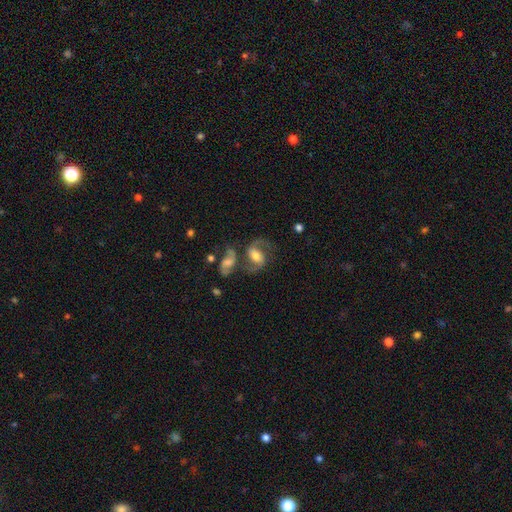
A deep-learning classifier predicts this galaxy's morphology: smooth-or-featured: featured or disk: 74% | smooth: 18% | star or artifact: 8%
  disk-edge-on: no: 96% | yes: 4%
    bar: weak: 41% | no: 31% | strong: 27%
    has-spiral-arms: yes: 92% | no: 8%
      spiral-winding: medium: 52% | loose: 36% | tight: 13%
      spiral-arm-count: 2: 89% | can't tell: 4% | 1: 4% | 3: 1% | 4: 1% | more than 4: 1%
    bulge-size: moderate: 59% | small: 20% | large: 16% | none: 3% | dominant: 2%
  merging: none: 45% | merger: 30% | minor disturbance: 14% | major disturbance: 11%